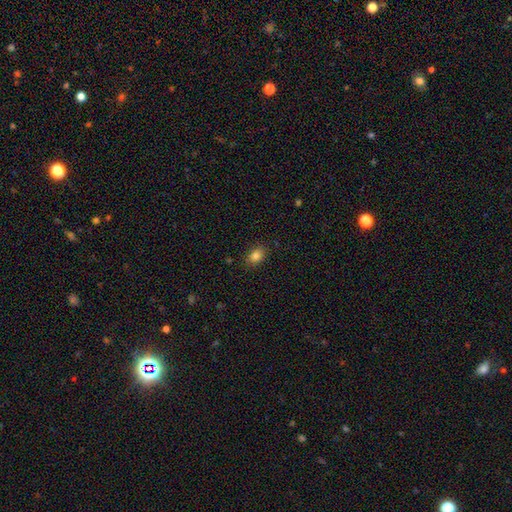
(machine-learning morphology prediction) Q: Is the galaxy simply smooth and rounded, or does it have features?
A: smooth — 84%.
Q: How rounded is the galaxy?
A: in between — 76%.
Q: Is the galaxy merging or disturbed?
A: none — 86%.